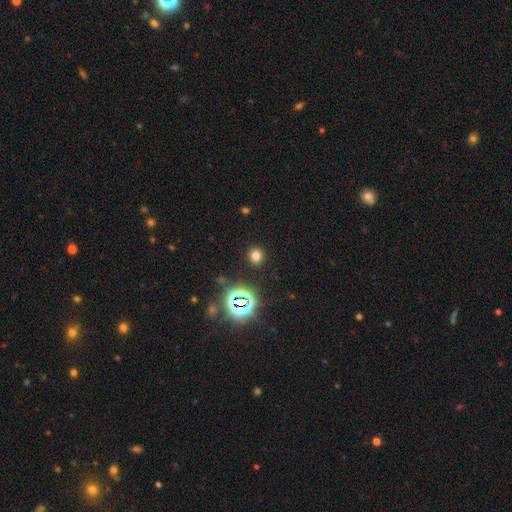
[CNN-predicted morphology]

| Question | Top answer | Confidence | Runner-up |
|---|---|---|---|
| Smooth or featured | smooth | 70% | star or artifact (24%) |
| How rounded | round | 84% | in between (15%) |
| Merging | none | 90% | minor disturbance (6%) |